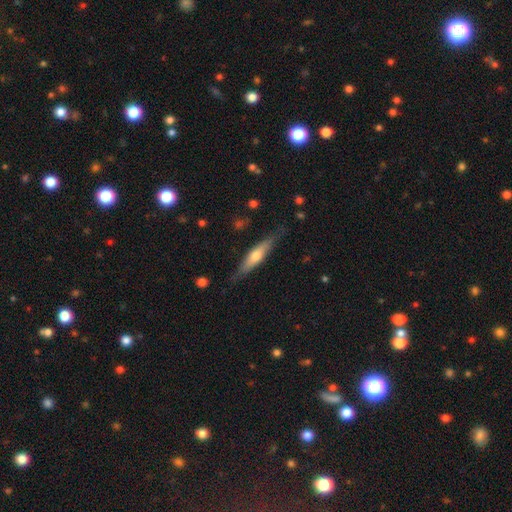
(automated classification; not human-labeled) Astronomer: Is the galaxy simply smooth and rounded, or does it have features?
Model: featured or disk — 47%, tied with smooth at 47%.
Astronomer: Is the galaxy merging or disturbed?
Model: none — 79%.